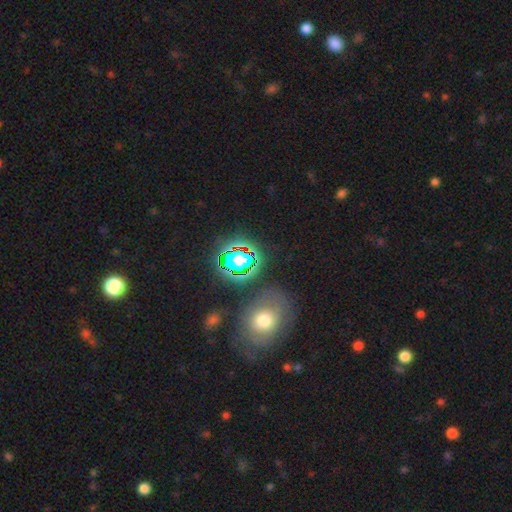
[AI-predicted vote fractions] Morphology: type=star or artifact (47%).